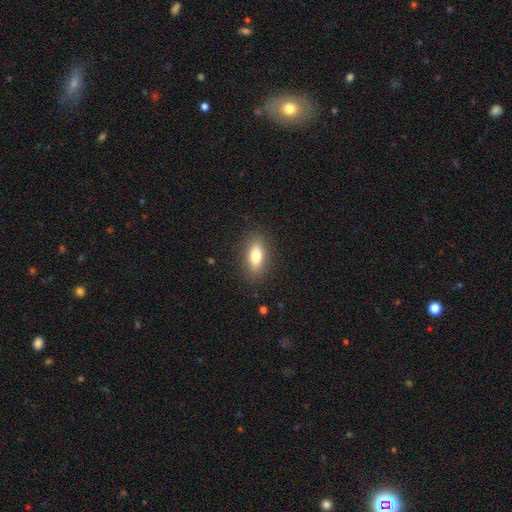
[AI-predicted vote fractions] Smooth or featured? smooth (77%)
How rounded? in between (79%)
Merging? none (87%)